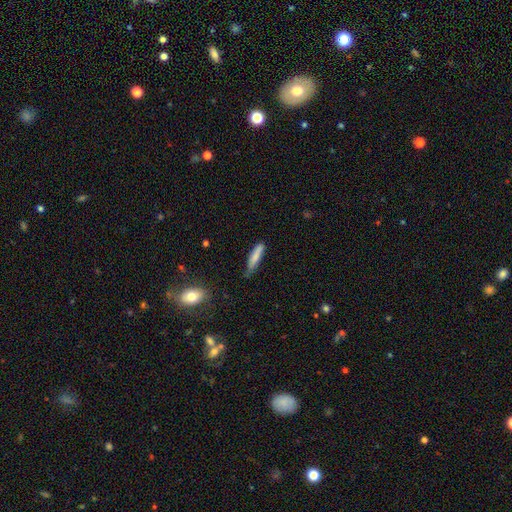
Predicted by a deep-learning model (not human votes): This appears to be a smooth galaxy with no disk features (79%) that is cigar-shaped (83%). Merging: none (61%).